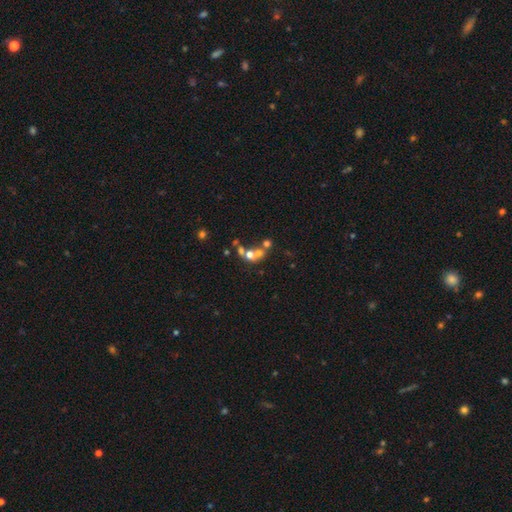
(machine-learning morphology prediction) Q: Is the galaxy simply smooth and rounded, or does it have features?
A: smooth — 47%.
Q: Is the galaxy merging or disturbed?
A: merger — 54%.